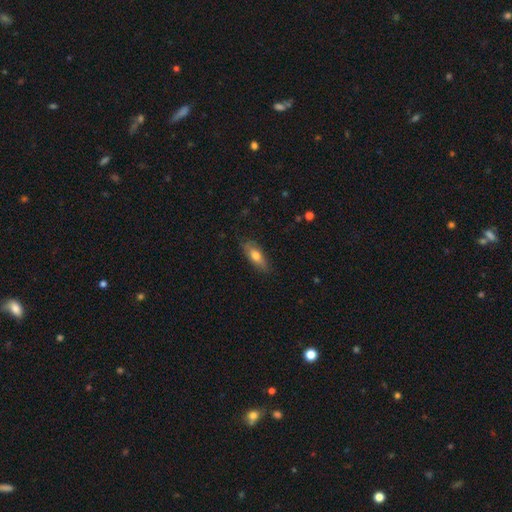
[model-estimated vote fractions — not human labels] Smooth or featured: smooth — 65% (featured or disk — 28%)
How rounded: in between — 62% (cigar-shaped — 35%)
Merging: none — 78% (minor disturbance — 18%)